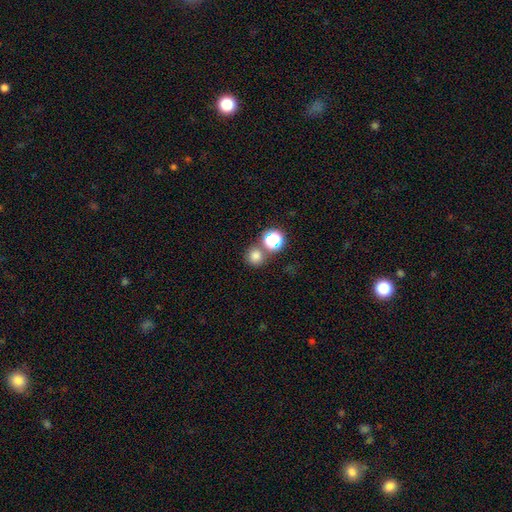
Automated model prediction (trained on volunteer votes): Smooth or featured? smooth (75%)
How rounded? round (91%)
Merging? none (70%)